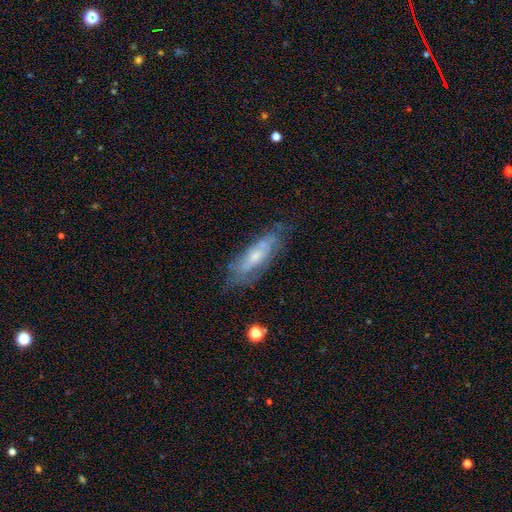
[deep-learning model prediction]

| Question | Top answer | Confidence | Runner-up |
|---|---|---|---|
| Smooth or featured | featured or disk | 56% | smooth (37%) |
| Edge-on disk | no | 72% | yes (28%) |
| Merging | none | 62% | minor disturbance (25%) |